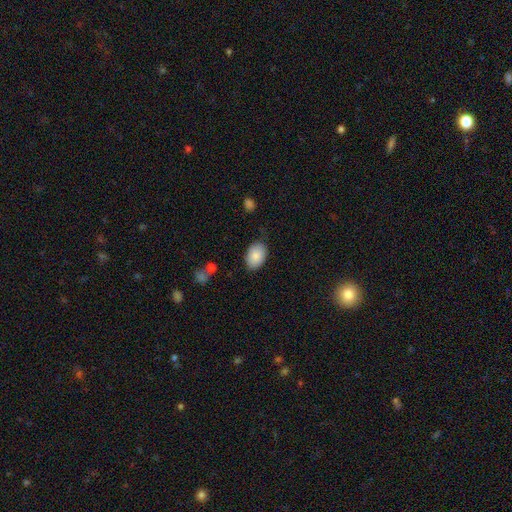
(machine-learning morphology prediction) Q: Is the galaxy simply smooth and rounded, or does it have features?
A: smooth — 87%.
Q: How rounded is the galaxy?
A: in between — 87%.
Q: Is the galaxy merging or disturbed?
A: none — 80%.